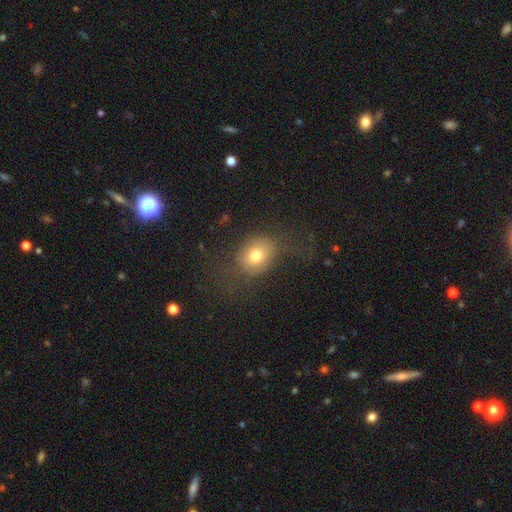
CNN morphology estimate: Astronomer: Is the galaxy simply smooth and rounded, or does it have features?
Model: smooth — 73%.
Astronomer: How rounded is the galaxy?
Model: round — 52% (runner-up: in between, 47%).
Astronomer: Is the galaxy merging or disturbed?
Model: none — 59%.